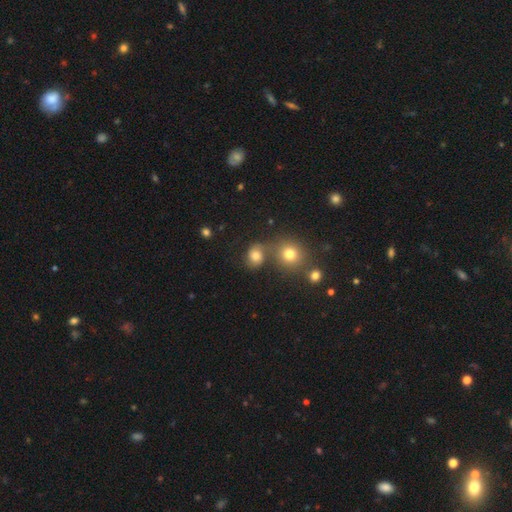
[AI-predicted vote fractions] Smooth or featured? Predicted: smooth (p=0.67). How rounded? Predicted: round (p=0.71). Merging? Predicted: none (p=0.52).